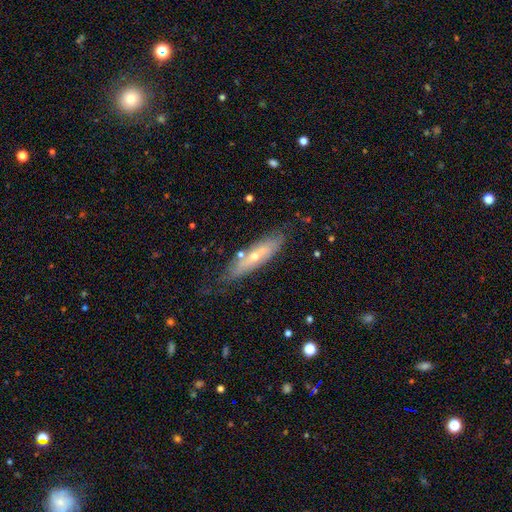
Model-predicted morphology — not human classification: The model was most divided on "edge-on disk": no: 52%, yes: 48%. More confident: merging — none (68%); smooth or featured — featured or disk (62%).